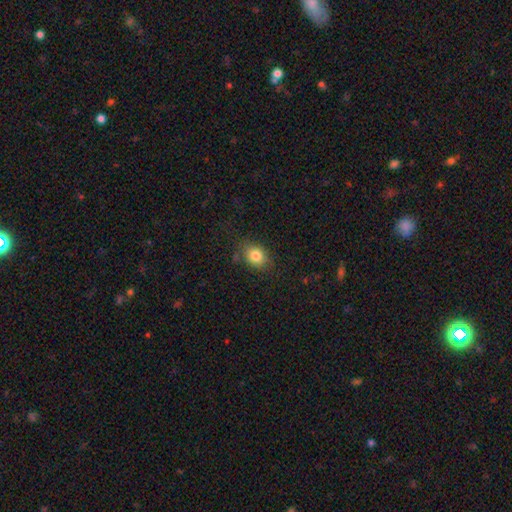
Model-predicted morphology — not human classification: Smooth or featured? smooth (82%)
How rounded? in between (57%)
Merging? none (76%)